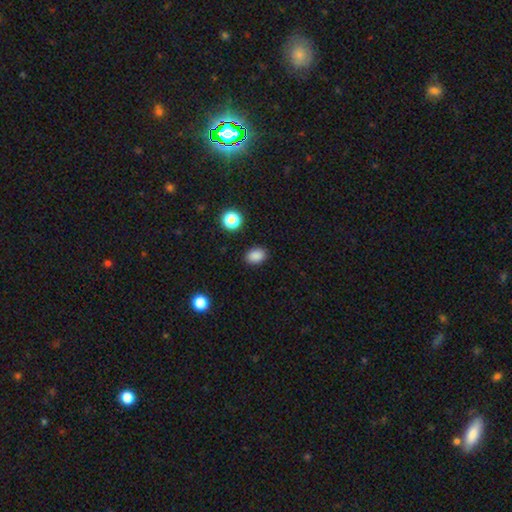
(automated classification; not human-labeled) Smooth or featured? smooth (86%)
How rounded? in between (71%)
Merging? none (88%)